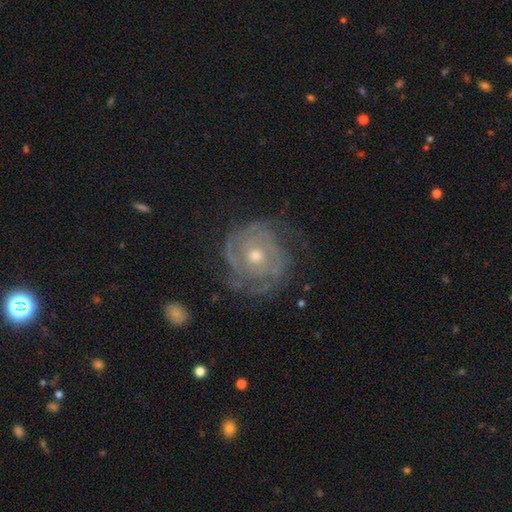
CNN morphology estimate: Overall: featured or disk (85%). Edge-on disk: no (97%). Bar: no (81%). Spiral arms: yes (92%). Spiral arm count: can't tell (36%; 3 22%). Spiral winding: tight (73%). Bulge size: moderate (67%; small 28%). Merging: none (69%).